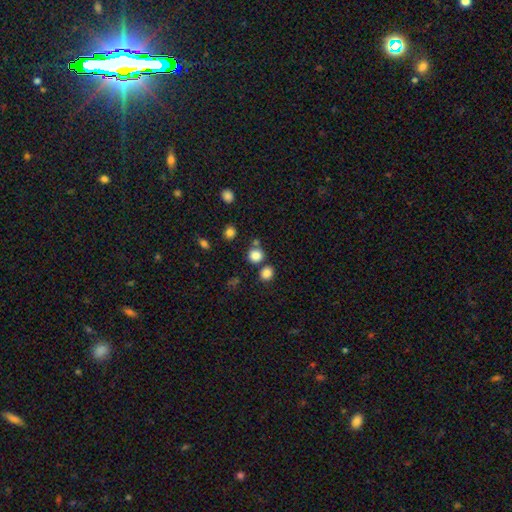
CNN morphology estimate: Smooth or featured: smooth — 83% (star or artifact — 13%)
How rounded: round — 86% (in between — 13%)
Merging: none — 72% (merger — 16%)